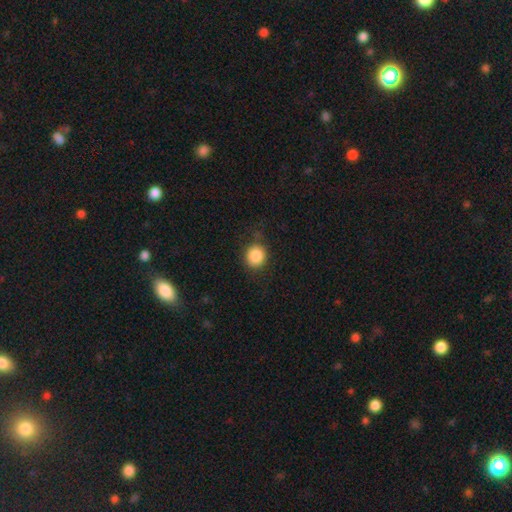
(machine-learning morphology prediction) smooth-or-featured: smooth: 86% | star or artifact: 9% | featured or disk: 5%
  how-rounded: round: 86% | in between: 13% | cigar-shaped: 1%
  merging: none: 80% | minor disturbance: 14% | major disturbance: 5% | merger: 1%